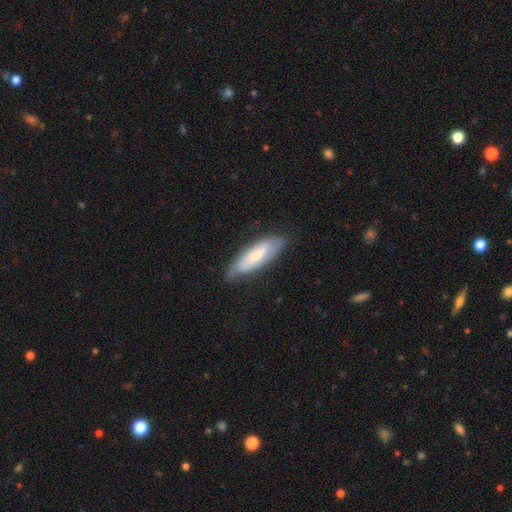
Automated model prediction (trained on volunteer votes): Smooth or featured? Predicted: smooth (p=0.56). How rounded? Predicted: in between (p=0.51). Merging? Predicted: none (p=0.72).